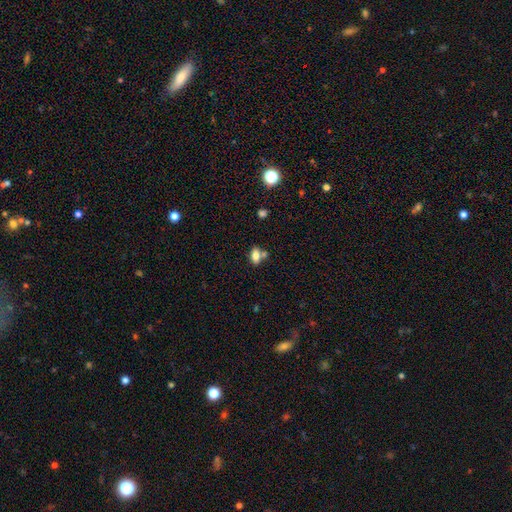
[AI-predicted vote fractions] Overall: smooth (77%). How rounded: in between (86%). Merging: none (57%; merger 27%).